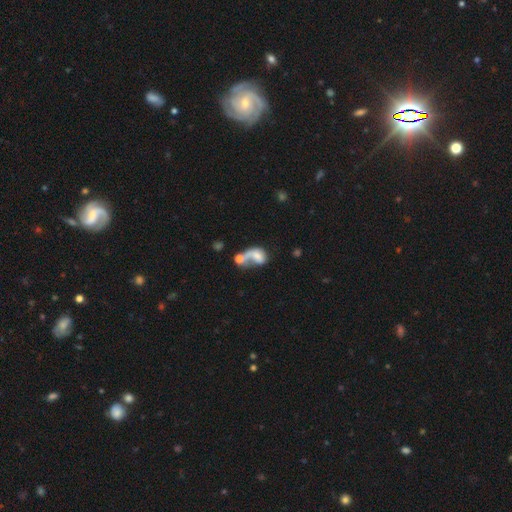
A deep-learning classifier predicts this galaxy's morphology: A smooth galaxy with no disk features (52%) that is in between round and cigar-shaped (74%).

Vote fractions:
- Smooth or featured? smooth: 52% / featured or disk: 37% / star or artifact: 11%
- How rounded? in between: 74% / round: 24% / cigar-shaped: 2%
- Merging? merger: 46% / major disturbance: 28% / none: 16% / minor disturbance: 10%